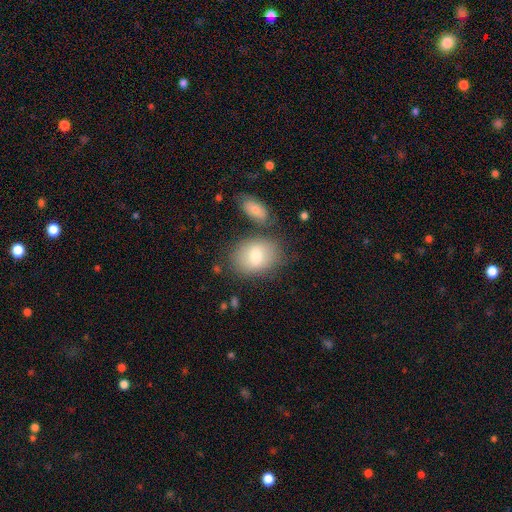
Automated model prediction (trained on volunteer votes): A smooth galaxy with no disk features (77%) that is in between round and cigar-shaped (68%).

Vote fractions:
- Smooth or featured? smooth: 77% / featured or disk: 16% / star or artifact: 8%
- How rounded? in between: 68% / round: 30% / cigar-shaped: 1%
- Merging? none: 70% / minor disturbance: 14% / merger: 11% / major disturbance: 4%